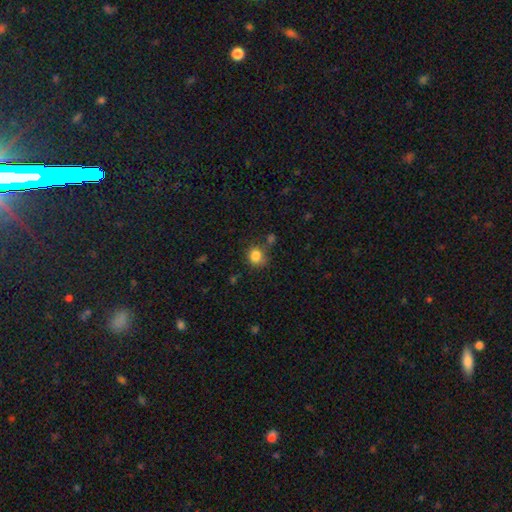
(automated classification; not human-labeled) Smooth or featured? smooth (84%)
How rounded? round (78%)
Merging? none (70%)